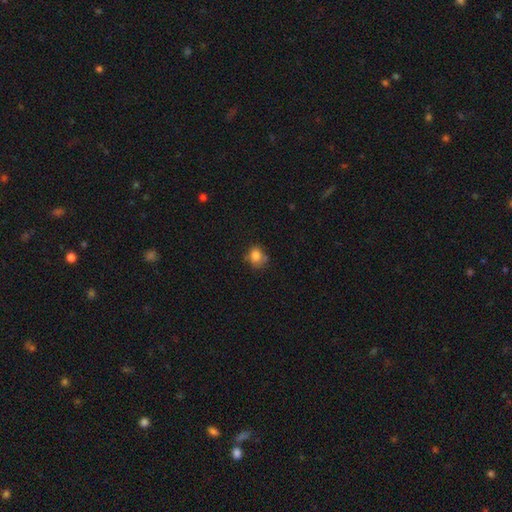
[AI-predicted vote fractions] Smooth or featured: smooth — 80% (star or artifact — 11%)
How rounded: round — 63% (in between — 36%)
Merging: none — 59% (minor disturbance — 26%)